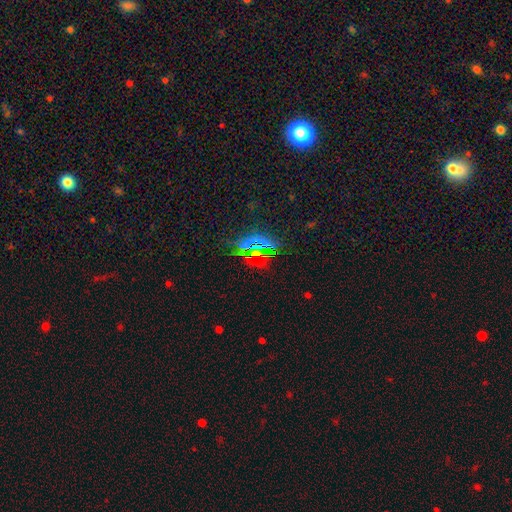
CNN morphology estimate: star or artifact 72%, smooth 17%, featured or disk 10%.